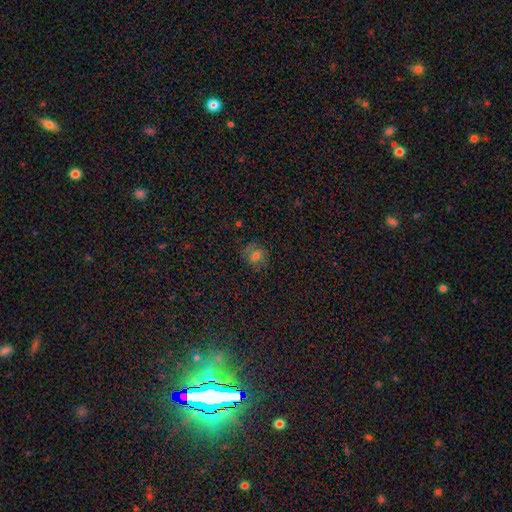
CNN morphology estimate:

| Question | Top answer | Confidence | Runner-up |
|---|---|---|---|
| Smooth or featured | smooth | 64% | star or artifact (18%) |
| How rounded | round | 70% | in between (29%) |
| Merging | none | 76% | minor disturbance (16%) |